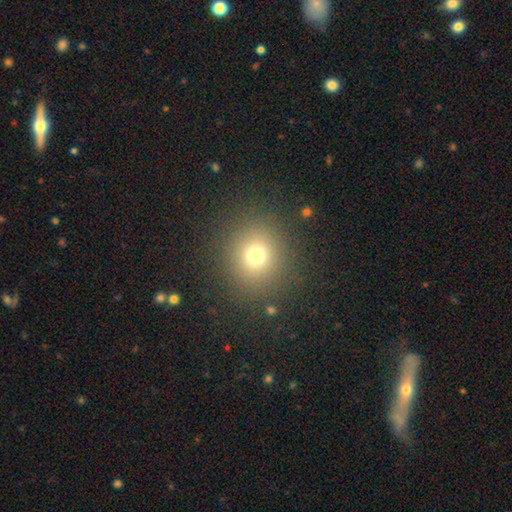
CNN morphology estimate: A smooth galaxy with no disk features (72%) that is round (89%).

Vote fractions:
- Smooth or featured? smooth: 72% / star or artifact: 19% / featured or disk: 9%
- How rounded? round: 89% / in between: 10% / cigar-shaped: 1%
- Merging? none: 87% / minor disturbance: 7% / major disturbance: 4% / merger: 1%